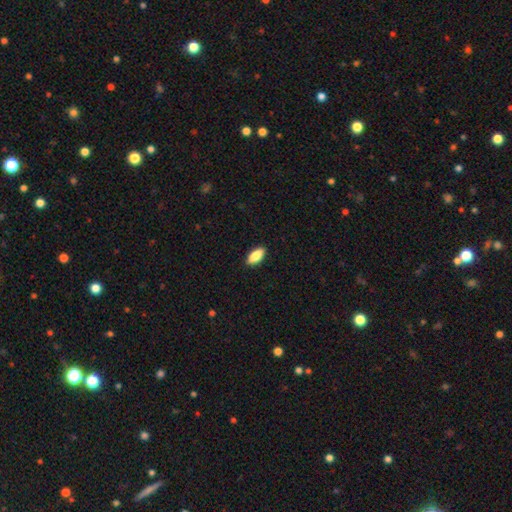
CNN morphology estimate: smooth 86%, featured or disk 8%, star or artifact 6%. Down the decision tree: how rounded — in between (84%); merging — none (90%).